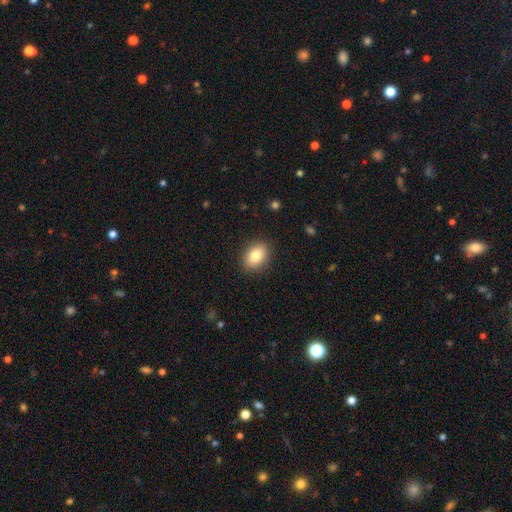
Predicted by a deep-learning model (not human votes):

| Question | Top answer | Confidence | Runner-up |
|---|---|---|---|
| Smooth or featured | smooth | 84% | star or artifact (8%) |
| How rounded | in between | 72% | round (27%) |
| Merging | none | 89% | minor disturbance (8%) |